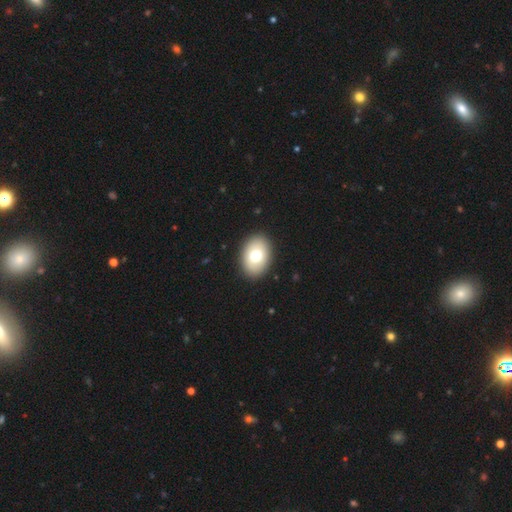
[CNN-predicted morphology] The model was most divided on "smooth or featured": smooth: 73%, featured or disk: 19%, star or artifact: 8%. More confident: merging — none (90%); how rounded — in between (80%).